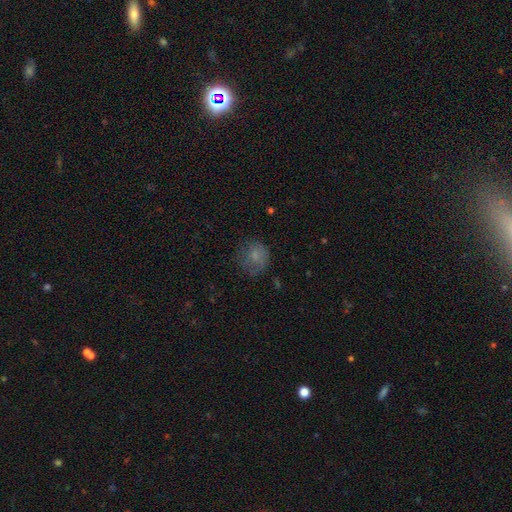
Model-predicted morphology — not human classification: Q: Smooth or featured?
A: smooth (74%); runner-up: featured or disk (15%)
Q: How rounded?
A: round (75%); runner-up: in between (24%)
Q: Merging?
A: none (57%); runner-up: minor disturbance (25%)